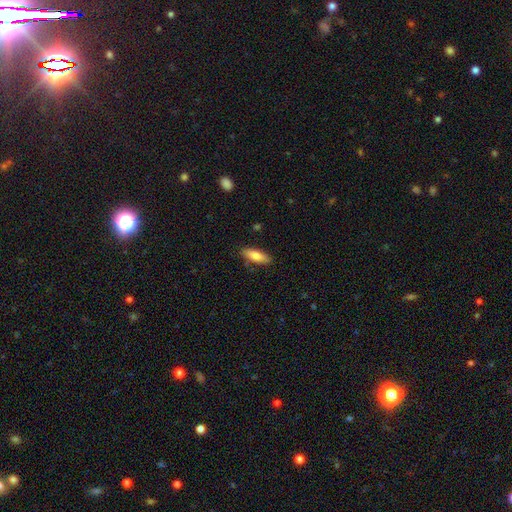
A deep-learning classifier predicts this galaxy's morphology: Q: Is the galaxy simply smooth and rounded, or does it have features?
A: smooth — 80%.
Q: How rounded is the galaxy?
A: in between — 59%.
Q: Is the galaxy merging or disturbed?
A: none — 82%.